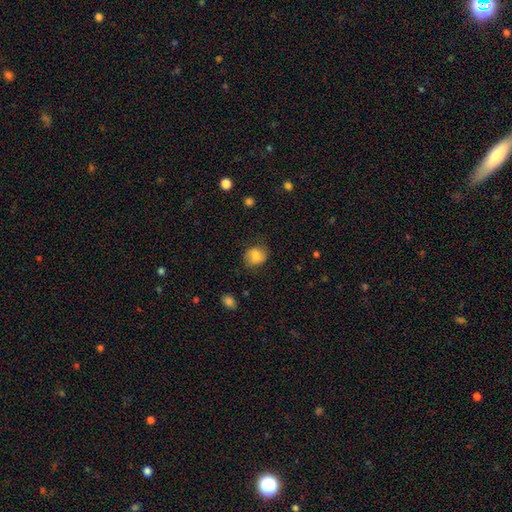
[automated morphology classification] This is likely a smooth galaxy (74%). How rounded: likely round (66%). Merging: likely none (75%).